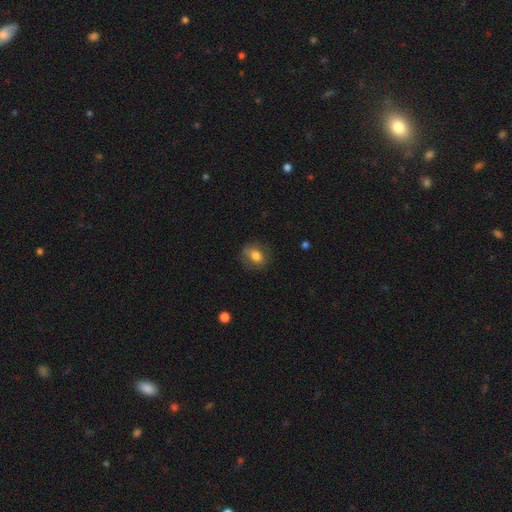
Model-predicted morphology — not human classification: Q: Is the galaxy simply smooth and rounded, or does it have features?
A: smooth — 74%.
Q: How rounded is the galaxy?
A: in between — 51%.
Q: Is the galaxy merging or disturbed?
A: none — 77%.